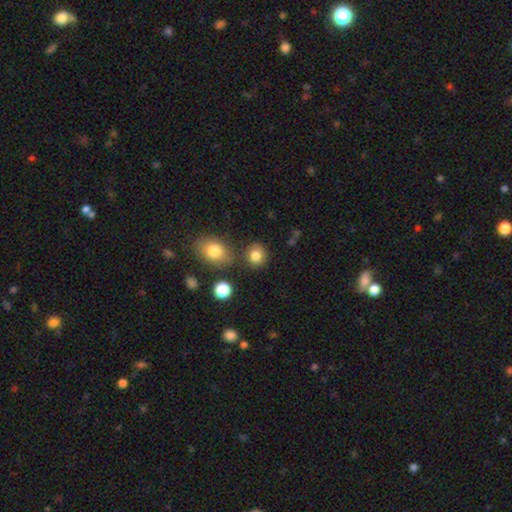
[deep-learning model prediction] The model was most divided on "how rounded": round: 76%, in between: 23%, cigar-shaped: 1%. More confident: smooth or featured — smooth (83%); merging — none (80%).